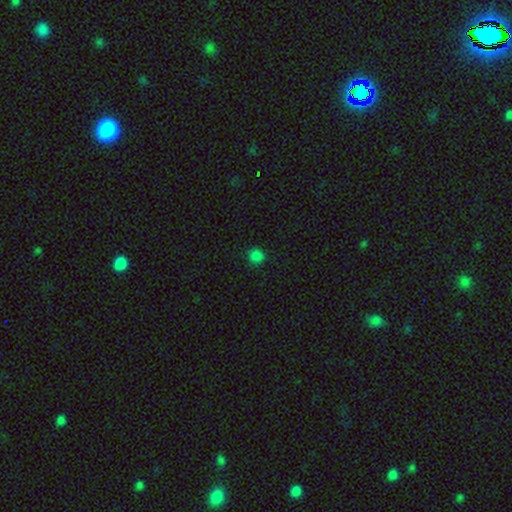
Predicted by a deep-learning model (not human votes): The model was most divided on "smooth or featured": smooth: 82%, star or artifact: 16%, featured or disk: 3%. More confident: how rounded — round (91%); merging — none (90%).